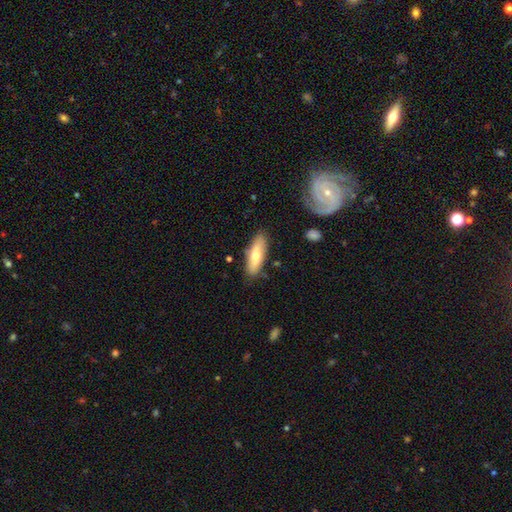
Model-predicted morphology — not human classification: Smooth or featured? smooth (67%)
How rounded? in between (54%)
Merging? none (82%)